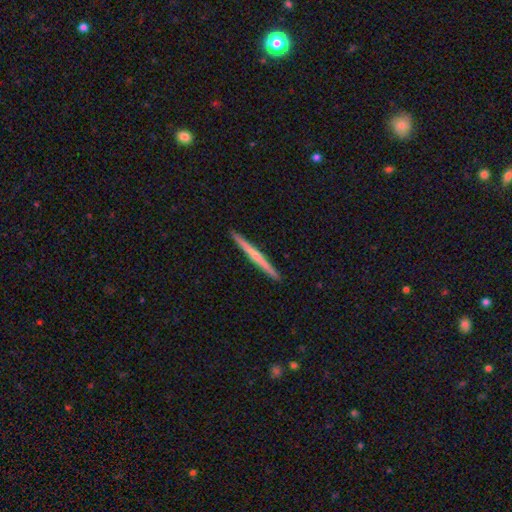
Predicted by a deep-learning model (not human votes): This appears to be a featured or disk galaxy (52%) viewed edge-on (98%) with no central bulge (68%). Merging: none (94%).